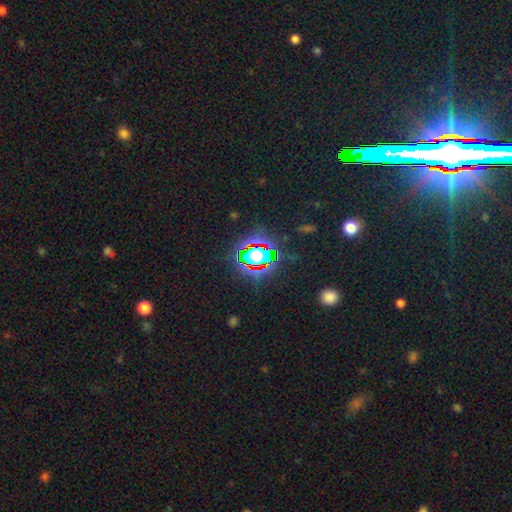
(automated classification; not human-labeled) A star or artifact, not a galaxy (70%).